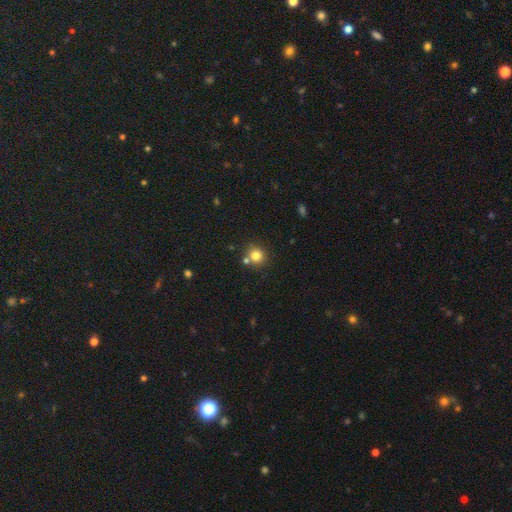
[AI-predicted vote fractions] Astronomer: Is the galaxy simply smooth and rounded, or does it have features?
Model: smooth — 80%.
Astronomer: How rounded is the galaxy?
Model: round — 90%.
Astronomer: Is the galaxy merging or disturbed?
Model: none — 71%.